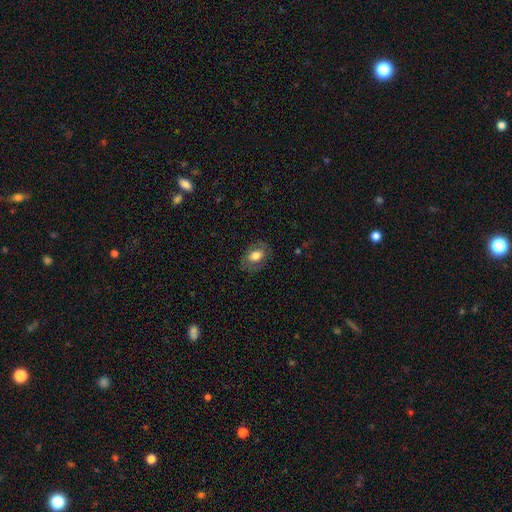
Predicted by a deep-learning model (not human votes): smooth-or-featured: smooth: 63% | featured or disk: 29% | star or artifact: 8%
  how-rounded: in between: 78% | round: 21% | cigar-shaped: 1%
  merging: none: 77% | minor disturbance: 16% | major disturbance: 7% | merger: 1%